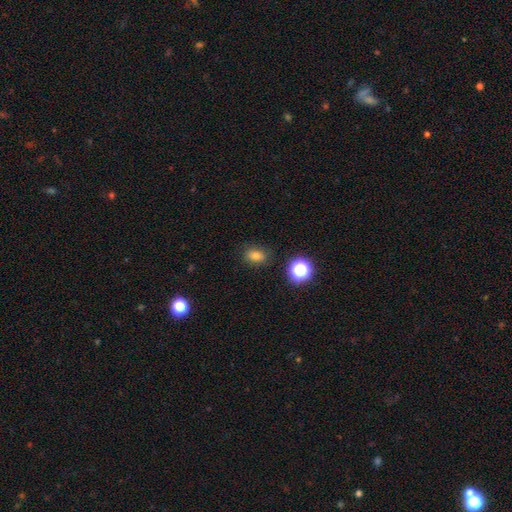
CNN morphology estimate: type=smooth (75%); roundness=in between (61%); merging=none (83%).